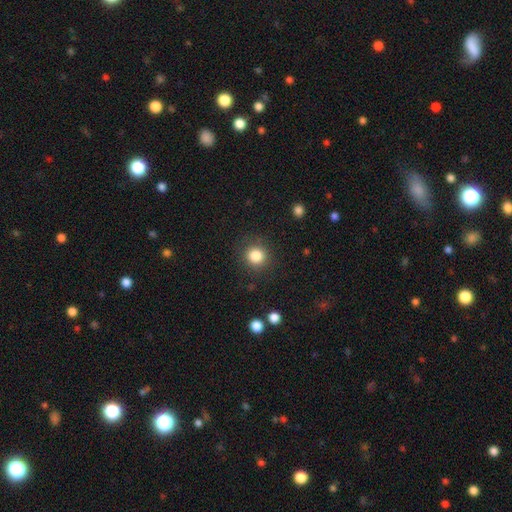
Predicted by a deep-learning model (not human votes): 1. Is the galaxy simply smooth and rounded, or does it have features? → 84% smooth, 11% star or artifact, 5% featured or disk.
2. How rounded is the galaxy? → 90% round, 9% in between, 1% cigar-shaped.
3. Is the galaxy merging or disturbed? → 87% none, 8% minor disturbance, 3% major disturbance, 1% merger.